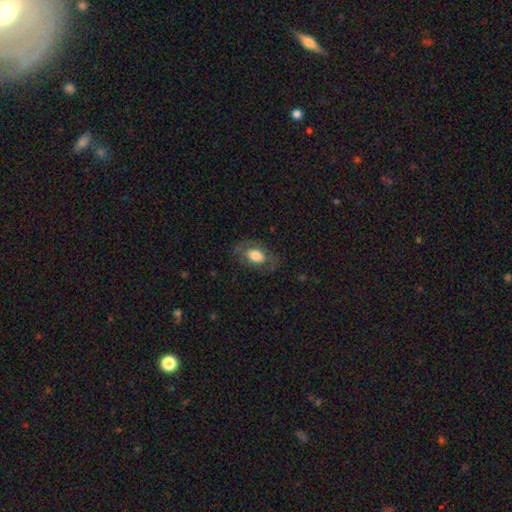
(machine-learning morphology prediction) smooth 66%, featured or disk 27%, star or artifact 7%. Down the decision tree: how rounded — in between (86%); merging — none (73%).